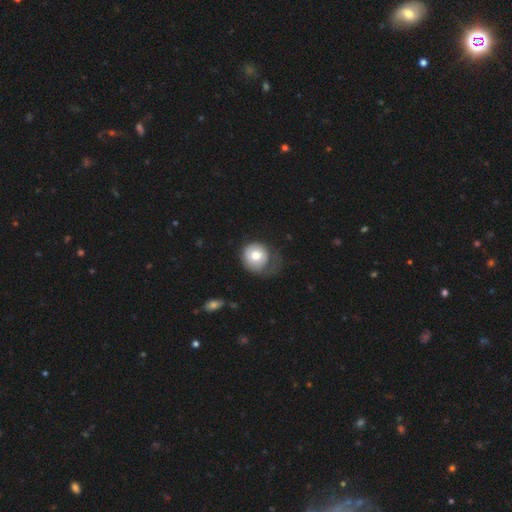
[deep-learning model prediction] Morphology: type=smooth (71%); roundness=round (85%); merging=none (38%).